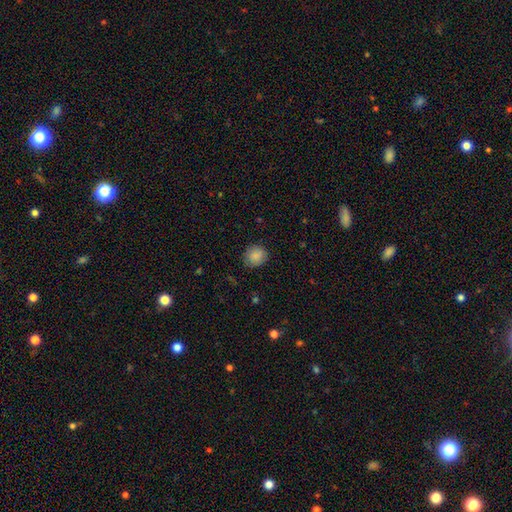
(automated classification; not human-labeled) Smooth or featured?
  - smooth: 87% *
  - star or artifact: 8%
  - featured or disk: 5%
How rounded?
  - round: 83% *
  - in between: 16%
  - cigar-shaped: 1%
Merging?
  - none: 85% *
  - minor disturbance: 11%
  - major disturbance: 3%
  - merger: 1%